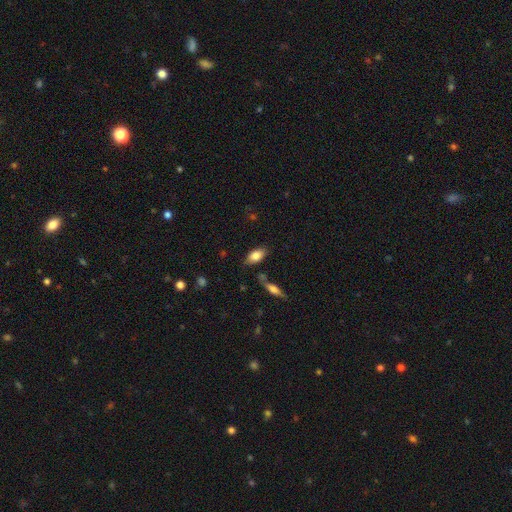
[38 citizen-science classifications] Smooth or featured?
  - smooth: 89% *
  - featured or disk: 8%
  - star or artifact: 3%
How rounded?
  - in between: 100% *
  - round: 0%
  - cigar-shaped: 0%
Merging?
  - none: 84% *
  - merger: 8%
  - minor disturbance: 5%
  - major disturbance: 3%